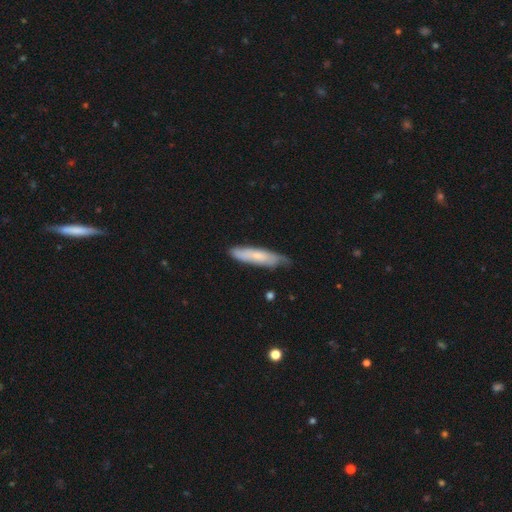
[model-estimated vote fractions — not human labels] Smooth or featured? smooth (60%)
How rounded? cigar-shaped (79%)
Merging? none (66%)